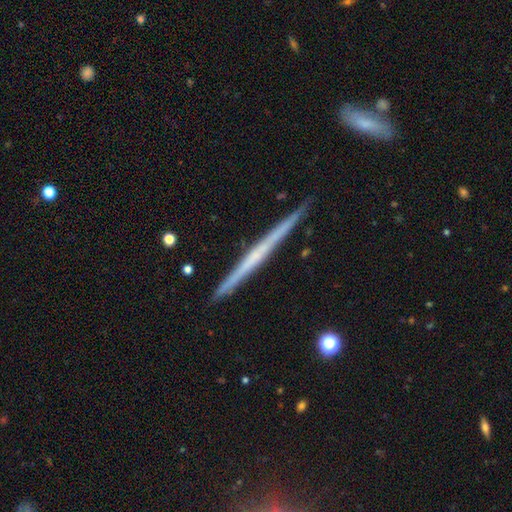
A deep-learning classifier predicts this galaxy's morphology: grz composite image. It shows a featured or disk galaxy (66%) viewed edge-on (98%) with no central bulge (79%). Merging: none (90%).